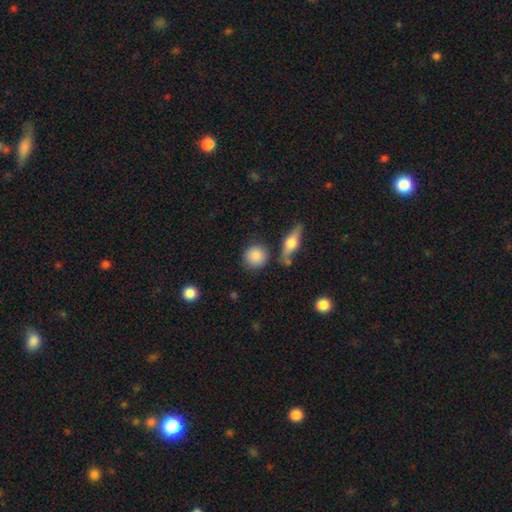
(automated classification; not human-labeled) smooth 83%, featured or disk 10%, star or artifact 7%. Down the decision tree: how rounded — round (88%); merging — none (79%).